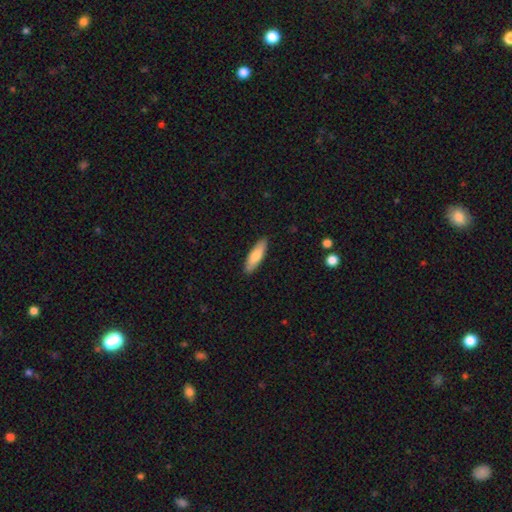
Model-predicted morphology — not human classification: This is clearly a smooth galaxy (80%). How rounded: possibly cigar-shaped (53%). Merging: clearly none (89%).